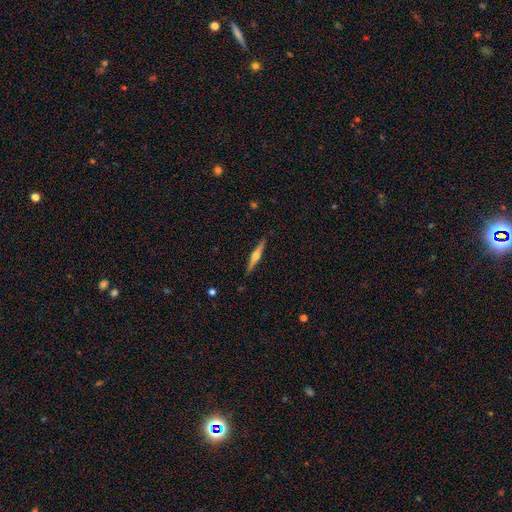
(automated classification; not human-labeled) A featured or disk galaxy (69%) viewed edge-on (98%) with a rounded central bulge (90%). Merging: none (90%).